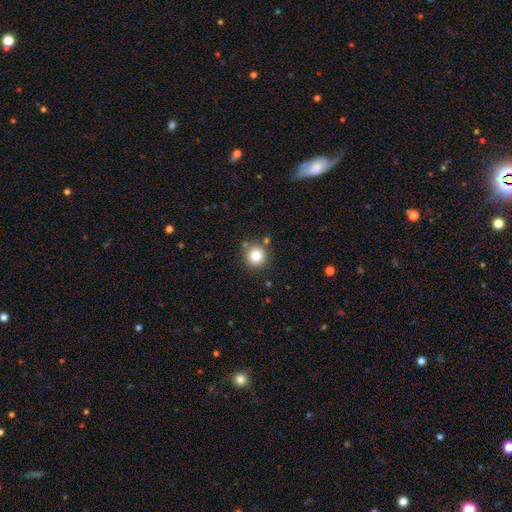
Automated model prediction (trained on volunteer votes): The model was most divided on "smooth or featured": smooth: 81%, star or artifact: 12%, featured or disk: 7%. More confident: how rounded — round (93%); merging — none (83%).